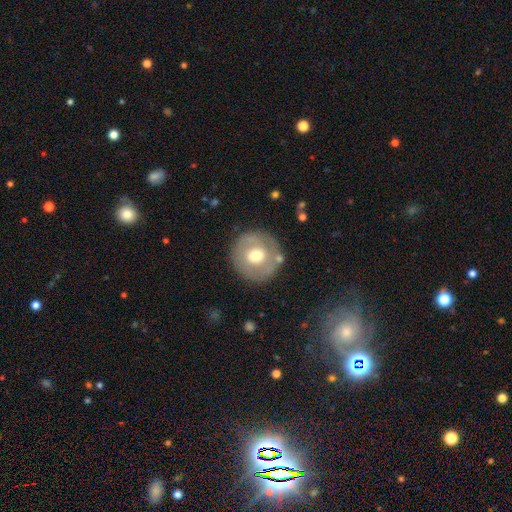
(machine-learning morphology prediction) Overall: smooth (50%; featured or disk 44%). Merging: none (81%).